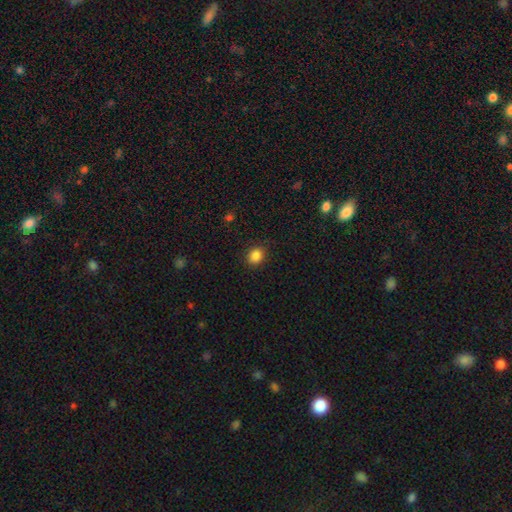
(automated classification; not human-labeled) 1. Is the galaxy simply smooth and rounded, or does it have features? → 86% smooth, 10% star or artifact, 3% featured or disk.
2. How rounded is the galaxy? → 66% round, 33% in between, 1% cigar-shaped.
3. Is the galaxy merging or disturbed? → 86% none, 10% minor disturbance, 3% major disturbance, 1% merger.